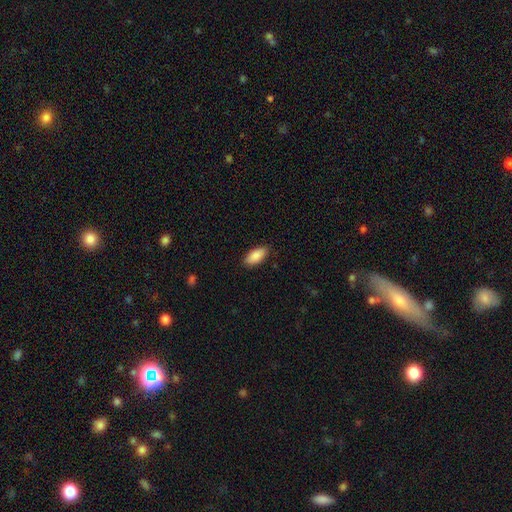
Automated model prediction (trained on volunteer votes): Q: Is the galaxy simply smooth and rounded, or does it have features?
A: smooth — 89%.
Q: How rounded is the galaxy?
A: in between — 91%.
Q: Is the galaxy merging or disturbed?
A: none — 87%.